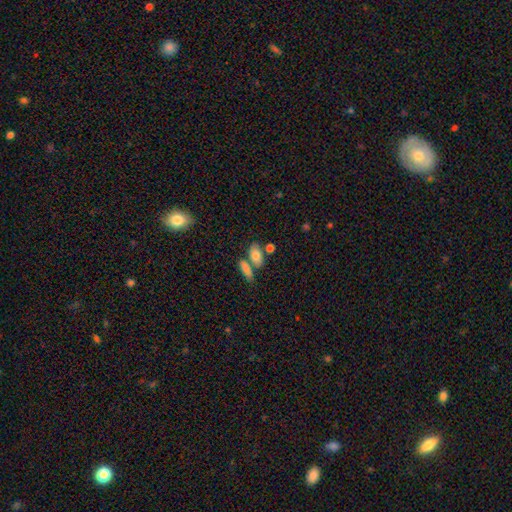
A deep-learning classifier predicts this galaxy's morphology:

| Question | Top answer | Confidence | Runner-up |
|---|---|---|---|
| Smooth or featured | smooth | 79% | featured or disk (13%) |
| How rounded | in between | 84% | cigar-shaped (9%) |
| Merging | none | 52% | merger (30%) |